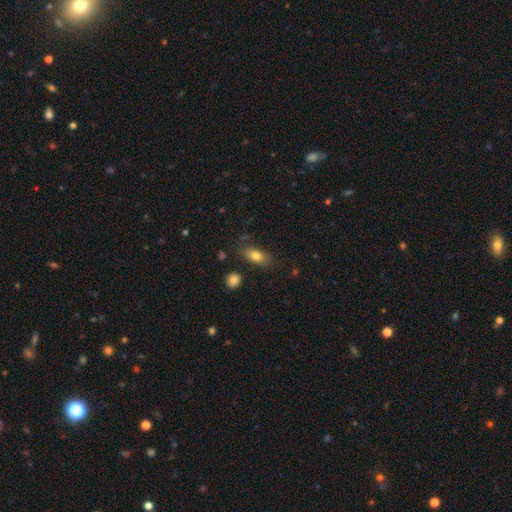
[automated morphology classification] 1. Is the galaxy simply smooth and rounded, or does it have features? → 79% smooth, 12% featured or disk, 8% star or artifact.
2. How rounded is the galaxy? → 83% in between, 10% cigar-shaped, 7% round.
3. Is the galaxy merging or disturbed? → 73% none, 18% minor disturbance, 6% major disturbance, 3% merger.